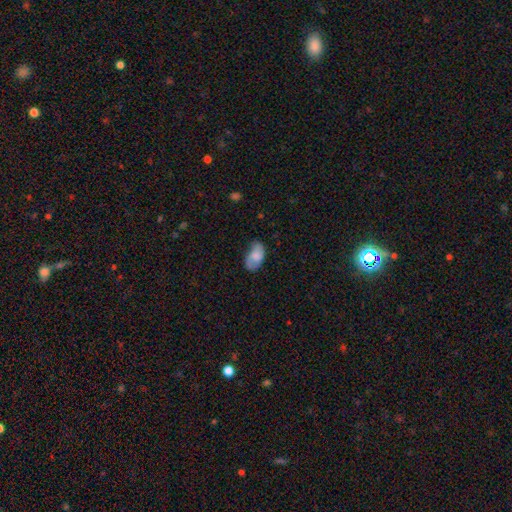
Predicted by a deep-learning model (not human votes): A smooth galaxy with no disk features (72%) that is in between round and cigar-shaped (94%). Merging: none (57%).